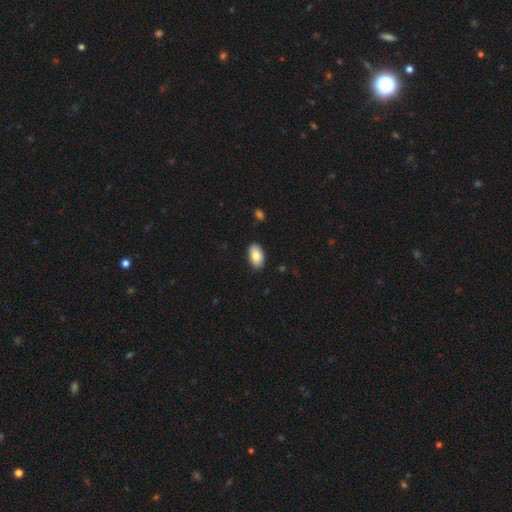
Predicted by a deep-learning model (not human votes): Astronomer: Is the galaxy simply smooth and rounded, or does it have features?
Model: smooth — 84%.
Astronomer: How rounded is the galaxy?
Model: in between — 94%.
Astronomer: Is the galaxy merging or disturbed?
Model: none — 88%.